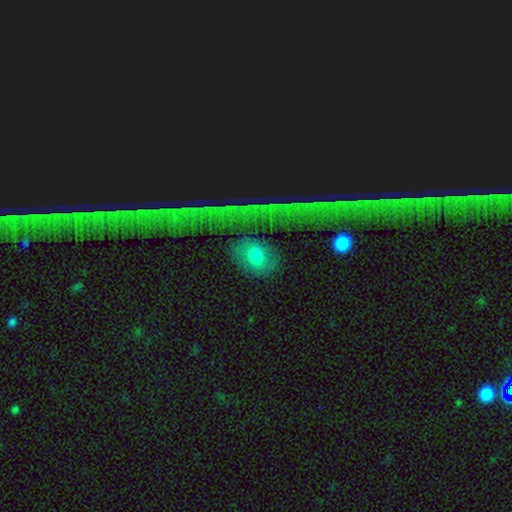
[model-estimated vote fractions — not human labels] smooth 62%, featured or disk 27%, star or artifact 10%. Down the decision tree: how rounded — in between (57%); merging — none (64%).